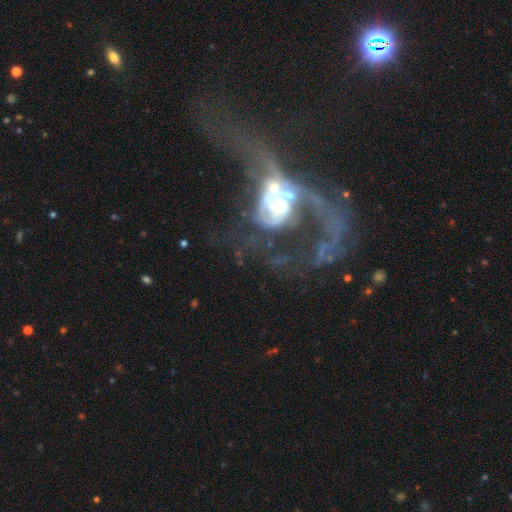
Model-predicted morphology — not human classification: Overall: featured or disk (72%). Edge-on disk: no (95%). Bar: no (71%). Spiral arms: yes (55%; no 45%). Bulge size: moderate (52%; small 25%). Merging: merger (53%; major disturbance 32%).